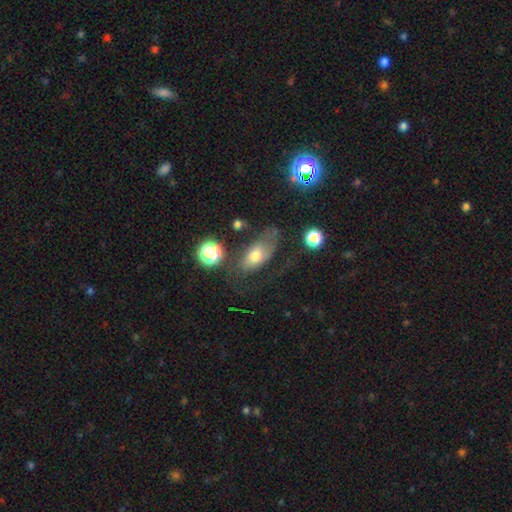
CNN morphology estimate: smooth-or-featured: smooth: 64% | featured or disk: 23% | star or artifact: 13%
  how-rounded: in between: 84% | round: 9% | cigar-shaped: 7%
  merging: none: 44% | minor disturbance: 27% | major disturbance: 23% | merger: 6%